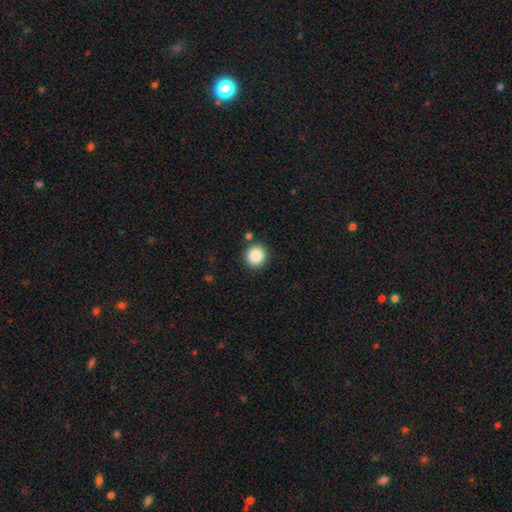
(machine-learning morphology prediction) smooth_or_featured: smooth (p=0.86) [alt: star or artifact p=0.09]
how_rounded: round (p=0.93) [alt: in between p=0.06]
merging: none (p=0.88) [alt: minor disturbance p=0.07]